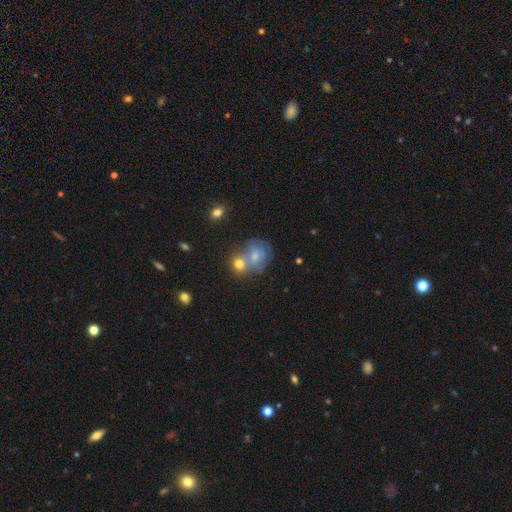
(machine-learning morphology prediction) Overall: smooth (51%; featured or disk 38%). How rounded: round (67%; in between 31%). Merging: merger (47%; none 33%).